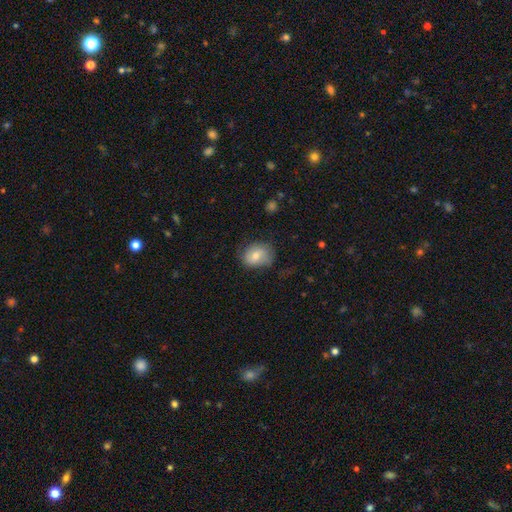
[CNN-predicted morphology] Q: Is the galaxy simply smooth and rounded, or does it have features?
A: smooth — 71%.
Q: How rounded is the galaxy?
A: in between — 52%.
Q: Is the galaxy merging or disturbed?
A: none — 65%.